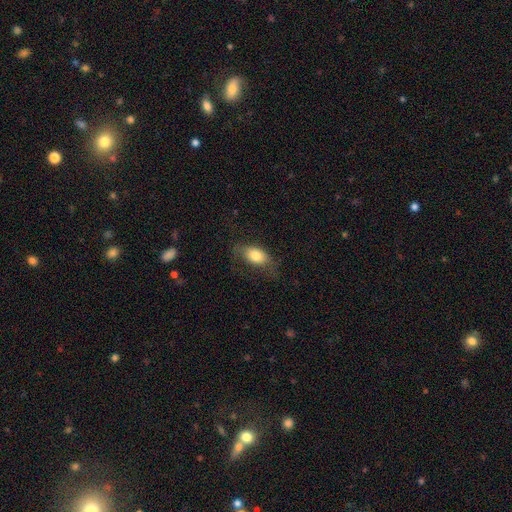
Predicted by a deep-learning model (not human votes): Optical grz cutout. It shows a smooth galaxy with no disk features (77%) that is in between round and cigar-shaped (88%). Merging: none (61%).